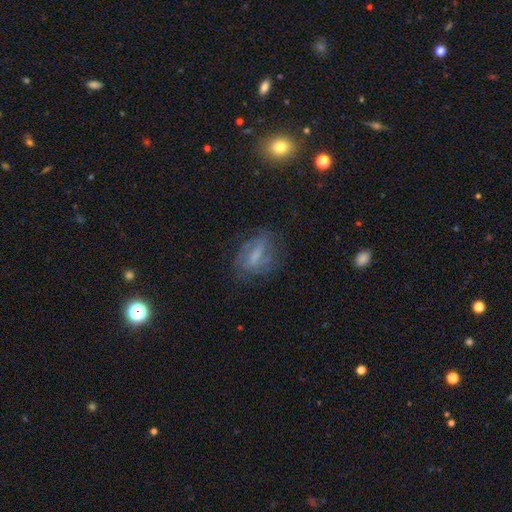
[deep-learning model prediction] Smooth or featured? Predicted: featured or disk (p=0.49). Merging? Predicted: none (p=0.60).